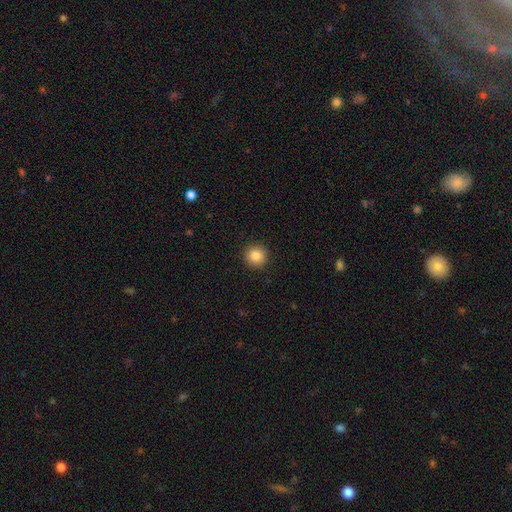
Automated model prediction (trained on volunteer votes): Smooth or featured: smooth — 86% (star or artifact — 10%)
How rounded: round — 95% (in between — 5%)
Merging: none — 92% (minor disturbance — 5%)